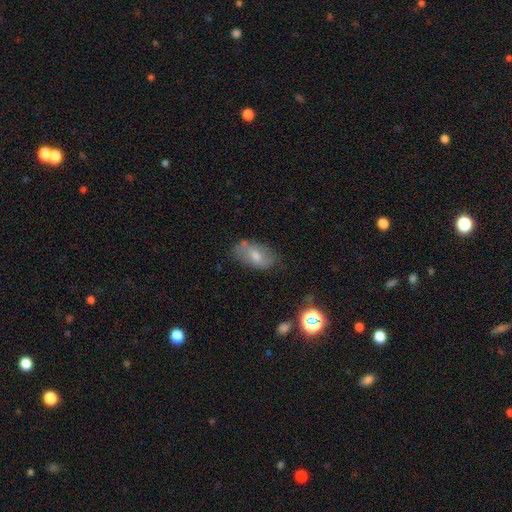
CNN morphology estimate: Smooth or featured? smooth (57%)
How rounded? in between (90%)
Merging? none (71%)